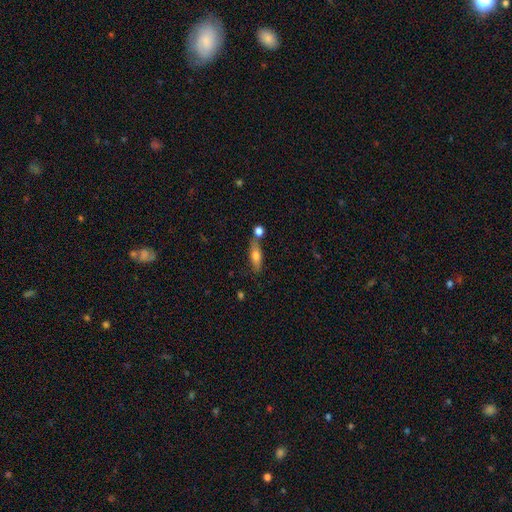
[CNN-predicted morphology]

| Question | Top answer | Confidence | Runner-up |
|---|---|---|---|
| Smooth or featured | smooth | 65% | featured or disk (28%) |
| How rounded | in between | 50% | cigar-shaped (46%) |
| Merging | none | 61% | merger (20%) |